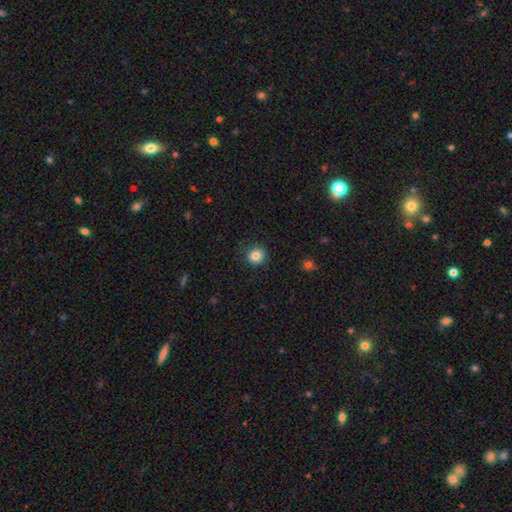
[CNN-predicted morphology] Smooth or featured? Predicted: smooth (p=0.84). How rounded? Predicted: round (p=0.92). Merging? Predicted: none (p=0.88).